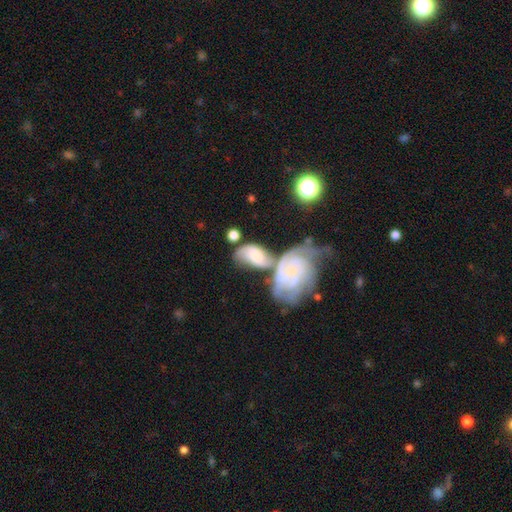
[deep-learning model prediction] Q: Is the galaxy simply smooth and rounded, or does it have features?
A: featured or disk — 64%.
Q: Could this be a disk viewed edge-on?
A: no — 95%.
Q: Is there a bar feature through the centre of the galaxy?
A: no — 67%.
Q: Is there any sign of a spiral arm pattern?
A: yes — 88%.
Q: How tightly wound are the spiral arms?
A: tight — 51%.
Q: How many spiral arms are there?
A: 2 — 40%.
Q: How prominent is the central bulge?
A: small — 52%.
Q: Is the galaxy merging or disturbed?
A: merger — 49%.